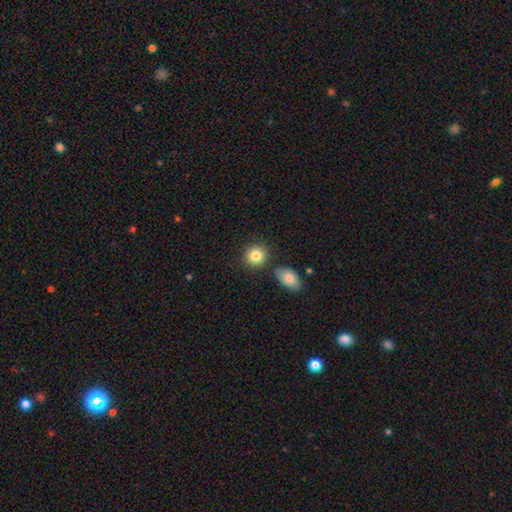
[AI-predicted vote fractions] Smooth or featured: smooth — 84% (star or artifact — 9%)
How rounded: round — 84% (in between — 15%)
Merging: none — 78% (merger — 9%)